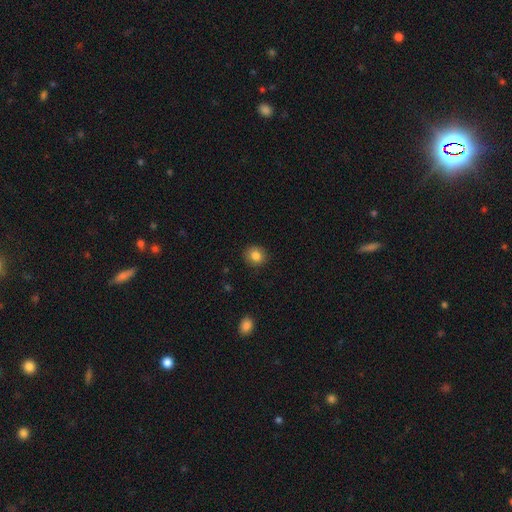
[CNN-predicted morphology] smooth-or-featured: smooth: 84% | star or artifact: 10% | featured or disk: 6%
  how-rounded: round: 80% | in between: 19% | cigar-shaped: 1%
  merging: none: 90% | minor disturbance: 7% | major disturbance: 2% | merger: 1%